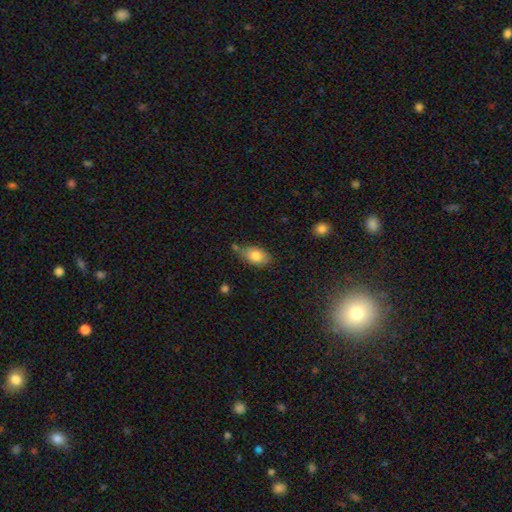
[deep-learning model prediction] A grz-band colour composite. It shows a smooth galaxy with no disk features (81%) that is in between round and cigar-shaped (89%). Merging: none (69%).